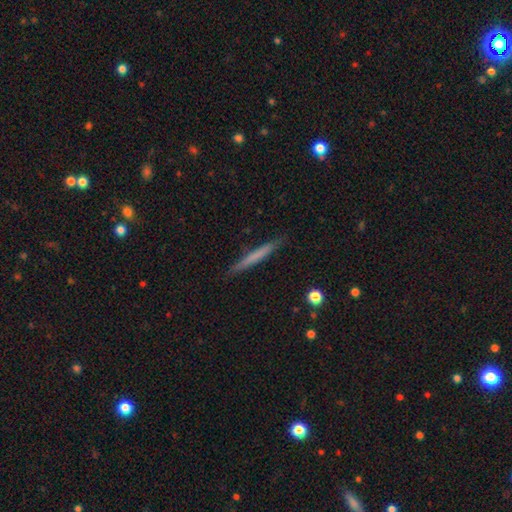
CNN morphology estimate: smooth_or_featured: smooth (p=0.61) [alt: featured or disk p=0.33]
how_rounded: cigar-shaped (p=0.97) [alt: in between p=0.02]
merging: none (p=0.90) [alt: minor disturbance p=0.08]